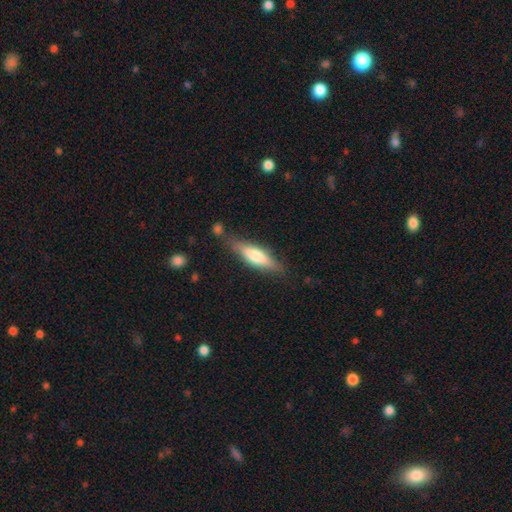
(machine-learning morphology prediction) A smooth galaxy with no disk features (55%) that is cigar-shaped (68%).

Vote fractions:
- Smooth or featured? smooth: 55% / featured or disk: 39% / star or artifact: 6%
- How rounded? cigar-shaped: 68% / in between: 30% / round: 2%
- Merging? none: 77% / minor disturbance: 15% / major disturbance: 4% / merger: 4%